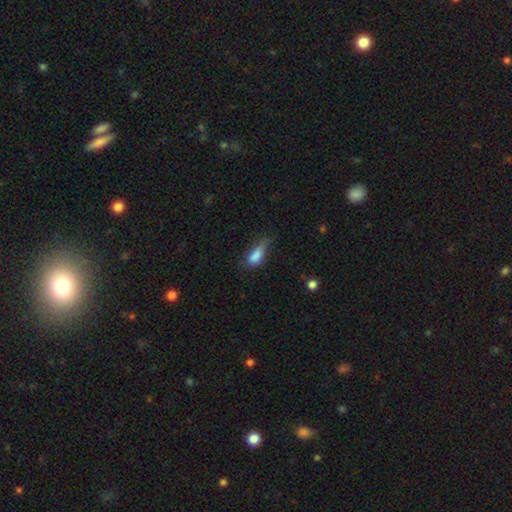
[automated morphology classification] type=smooth (79%); roundness=in between (71%); merging=minor disturbance (40%).